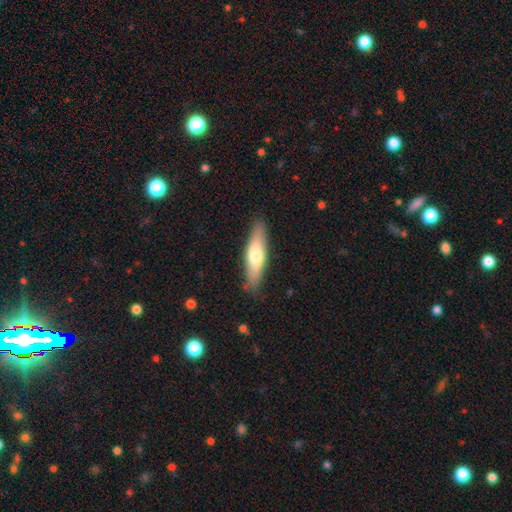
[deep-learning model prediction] Smooth or featured?
  - smooth: 62% *
  - featured or disk: 32%
  - star or artifact: 5%
How rounded?
  - cigar-shaped: 70% *
  - in between: 28%
  - round: 2%
Merging?
  - none: 86% *
  - minor disturbance: 11%
  - major disturbance: 2%
  - merger: 1%